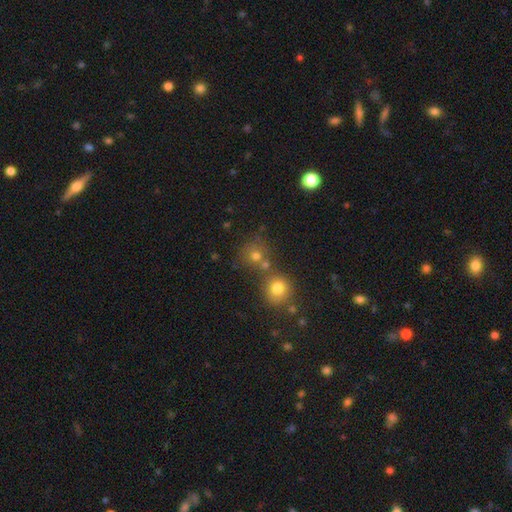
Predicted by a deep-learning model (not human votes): A smooth galaxy with no disk features (72%) that is round (86%). Merging: none (56%).